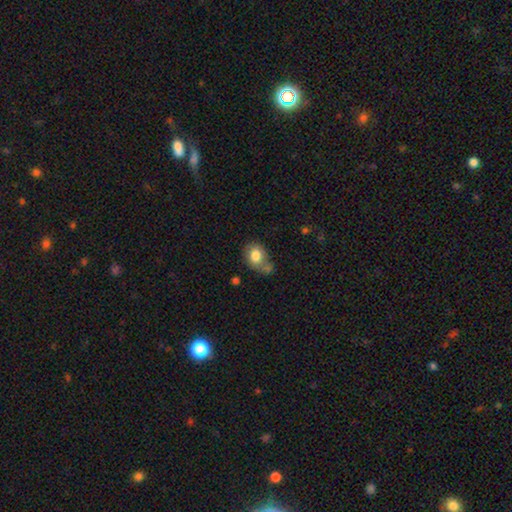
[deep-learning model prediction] Smooth or featured?
  - smooth: 80% *
  - featured or disk: 12%
  - star or artifact: 8%
How rounded?
  - in between: 59% *
  - round: 40%
  - cigar-shaped: 1%
Merging?
  - none: 43% *
  - minor disturbance: 25%
  - merger: 21%
  - major disturbance: 11%